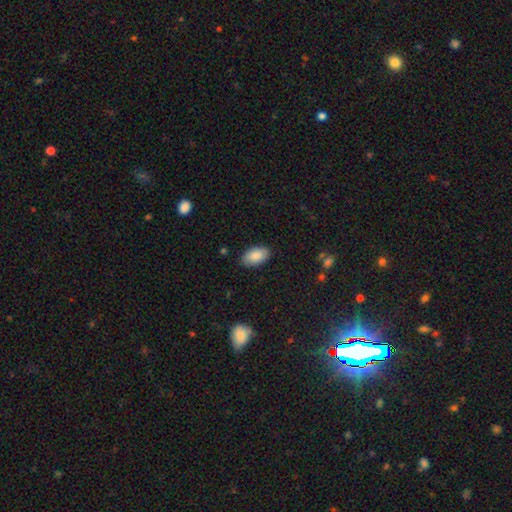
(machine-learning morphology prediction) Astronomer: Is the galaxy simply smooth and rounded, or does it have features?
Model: smooth — 89%.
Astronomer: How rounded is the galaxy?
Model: in between — 95%.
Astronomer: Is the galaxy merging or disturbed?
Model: none — 87%.